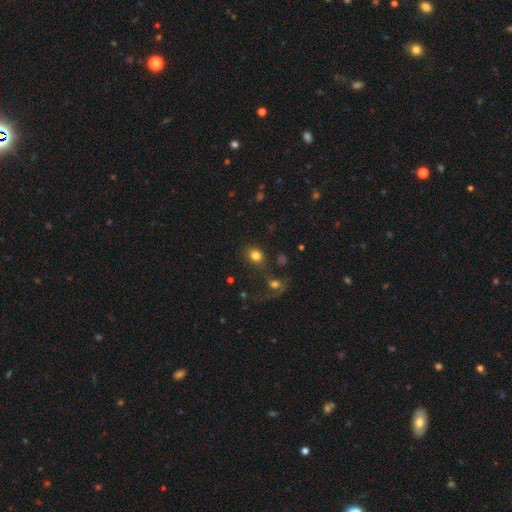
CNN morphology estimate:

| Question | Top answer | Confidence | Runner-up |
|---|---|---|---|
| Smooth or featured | smooth | 78% | star or artifact (11%) |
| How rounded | round | 60% | in between (39%) |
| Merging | none | 58% | merger (21%) |